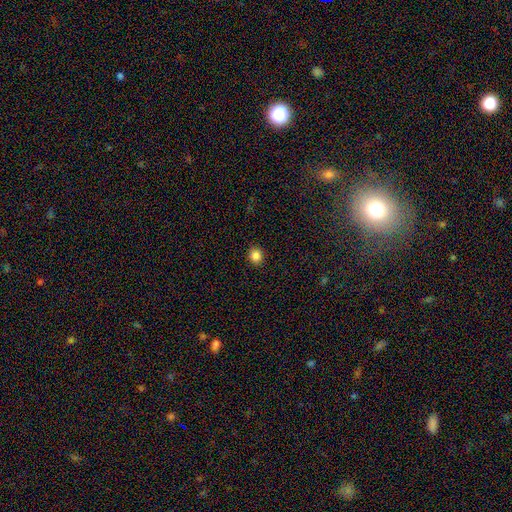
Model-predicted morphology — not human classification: Smooth or featured? Predicted: smooth (p=0.85). How rounded? Predicted: round (p=0.85). Merging? Predicted: none (p=0.91).